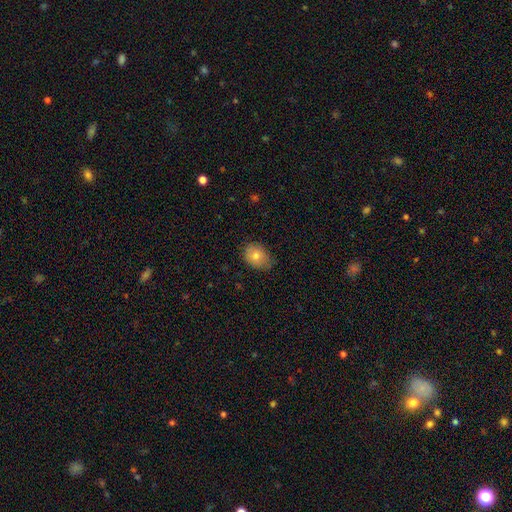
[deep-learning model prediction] Smooth or featured: smooth — 76% (featured or disk — 15%)
How rounded: in between — 71% (round — 28%)
Merging: none — 75% (minor disturbance — 21%)